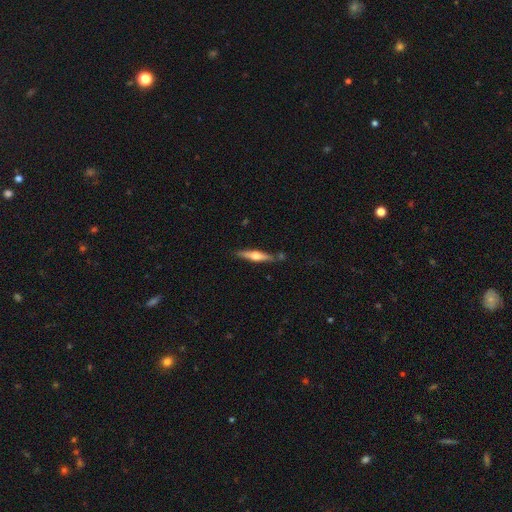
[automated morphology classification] This appears to be a featured or disk galaxy (62%) viewed edge-on (96%) with a rounded central bulge (91%). Merging: none (81%).